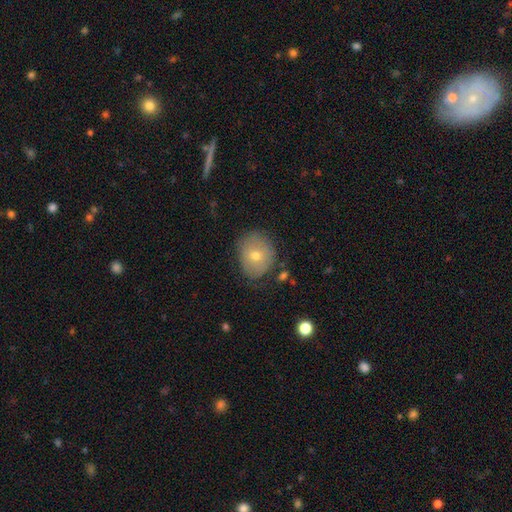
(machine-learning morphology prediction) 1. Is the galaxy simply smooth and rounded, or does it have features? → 62% smooth, 28% featured or disk, 10% star or artifact.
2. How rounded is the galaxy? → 60% round, 39% in between, 1% cigar-shaped.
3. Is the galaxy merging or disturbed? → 71% none, 21% minor disturbance, 6% major disturbance, 2% merger.